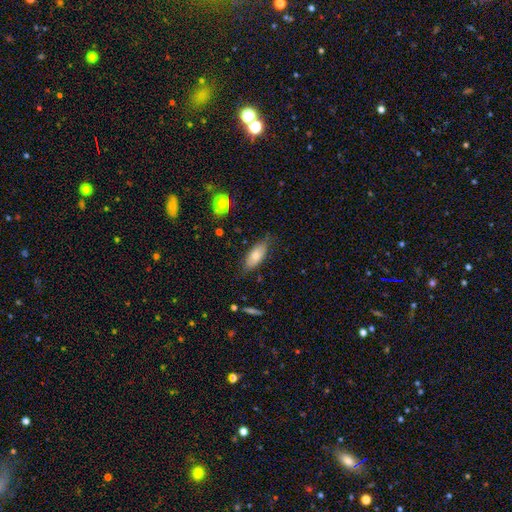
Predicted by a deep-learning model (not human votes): A smooth galaxy with no disk features (71%) that is in between round and cigar-shaped (81%). Merging: none (76%).